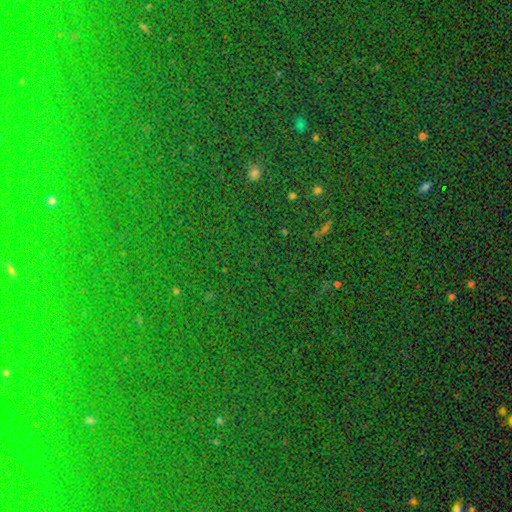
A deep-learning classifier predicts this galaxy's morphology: A star or artifact, not a galaxy (82%).

Vote fractions:
- Smooth or featured? star or artifact: 82% / smooth: 10% / featured or disk: 8%